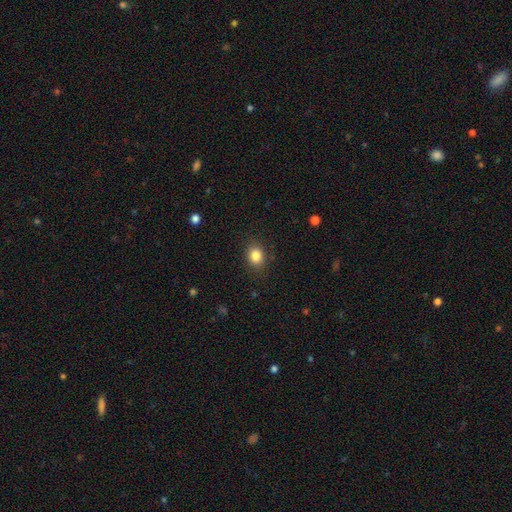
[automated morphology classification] Smooth or featured? Predicted: smooth (p=0.85). How rounded? Predicted: in between (p=0.51). Merging? Predicted: none (p=0.85).